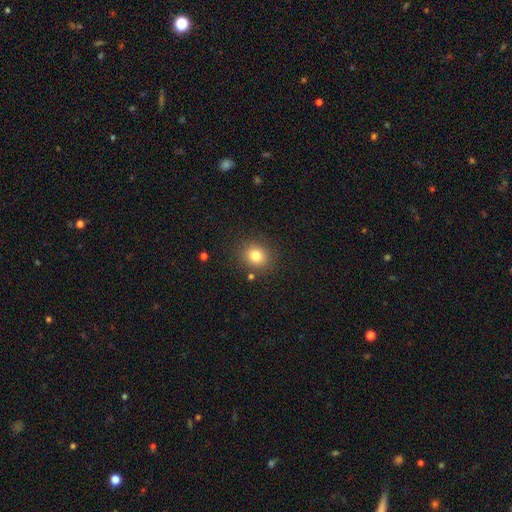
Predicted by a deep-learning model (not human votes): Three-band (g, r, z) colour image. It shows a smooth galaxy with no disk features (80%) that is round (75%). Merging: none (85%).